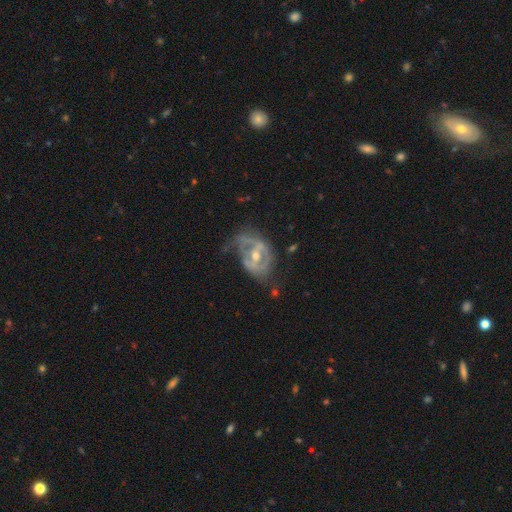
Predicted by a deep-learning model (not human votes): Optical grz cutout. It shows a featured or disk galaxy (80%) with a weak bar (39%), spiral arms (59%) and a moderate central bulge (62%). Merging: none (44%).